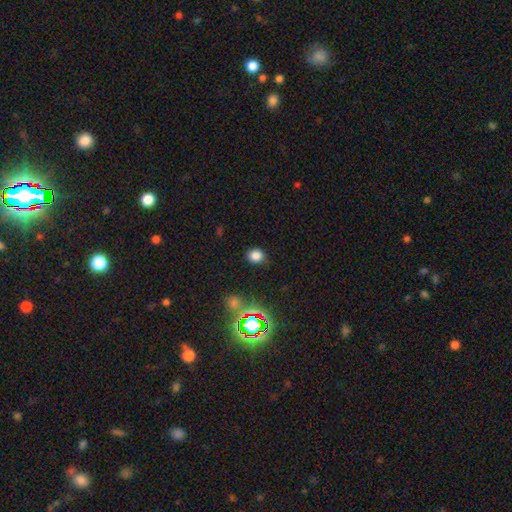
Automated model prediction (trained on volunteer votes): Morphology: type=smooth (79%); roundness=round (70%); merging=none (85%).